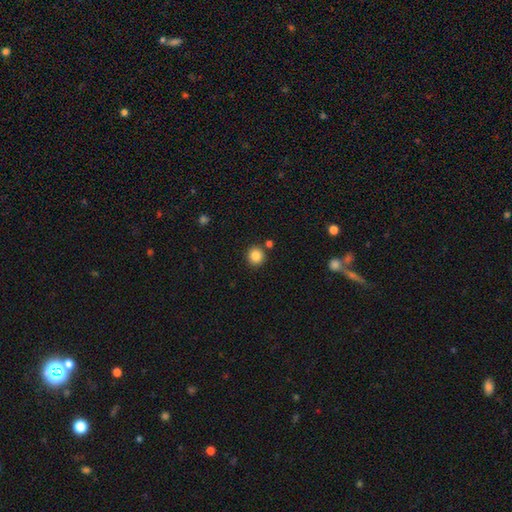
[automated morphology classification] A smooth galaxy with no disk features (86%) that is round (91%).

Vote fractions:
- Smooth or featured? smooth: 86% / star or artifact: 10% / featured or disk: 4%
- How rounded? round: 91% / in between: 8% / cigar-shaped: 1%
- Merging? none: 85% / minor disturbance: 7% / merger: 6% / major disturbance: 2%